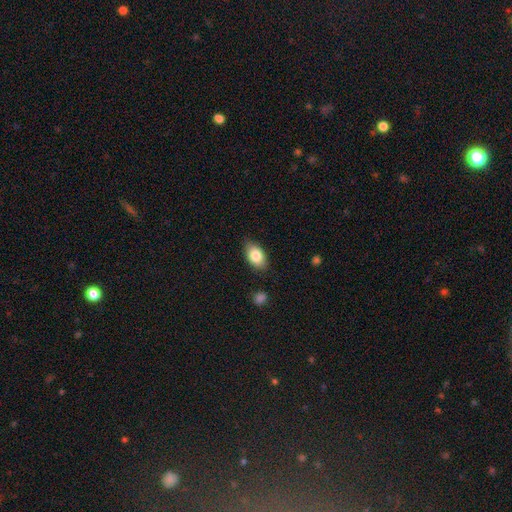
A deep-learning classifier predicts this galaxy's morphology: smooth_or_featured: smooth (p=0.83) [alt: featured or disk p=0.10]
how_rounded: in between (p=0.90) [alt: round p=0.08]
merging: none (p=0.83) [alt: minor disturbance p=0.13]